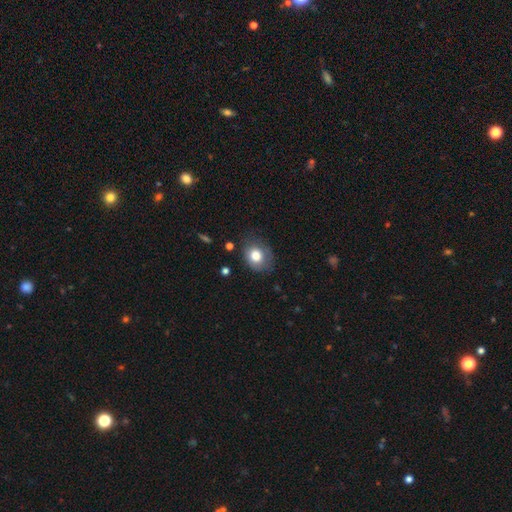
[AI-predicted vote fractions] A smooth galaxy with no disk features (78%) that is round (52%).

Vote fractions:
- Smooth or featured? smooth: 78% / featured or disk: 14% / star or artifact: 9%
- How rounded? round: 52% / in between: 47% / cigar-shaped: 1%
- Merging? none: 68% / minor disturbance: 23% / major disturbance: 7% / merger: 2%